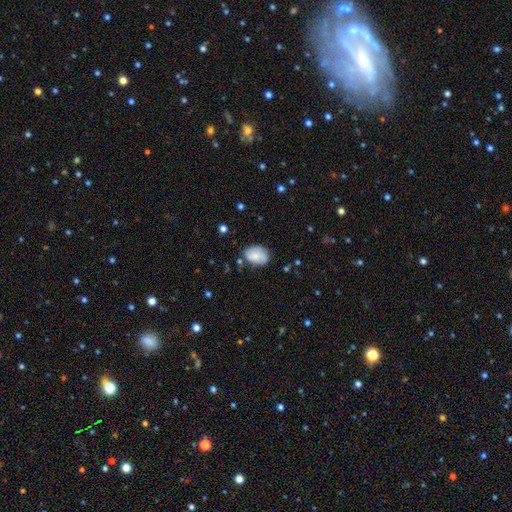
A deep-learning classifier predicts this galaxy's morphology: Smooth or featured? Predicted: smooth (p=0.73). How rounded? Predicted: in between (p=0.76). Merging? Predicted: none (p=0.65).